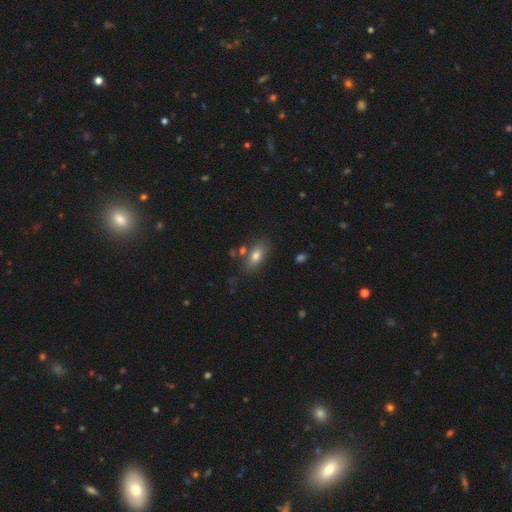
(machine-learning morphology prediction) Smooth or featured: smooth — 77% (featured or disk — 14%)
How rounded: in between — 85% (cigar-shaped — 9%)
Merging: none — 74% (minor disturbance — 14%)